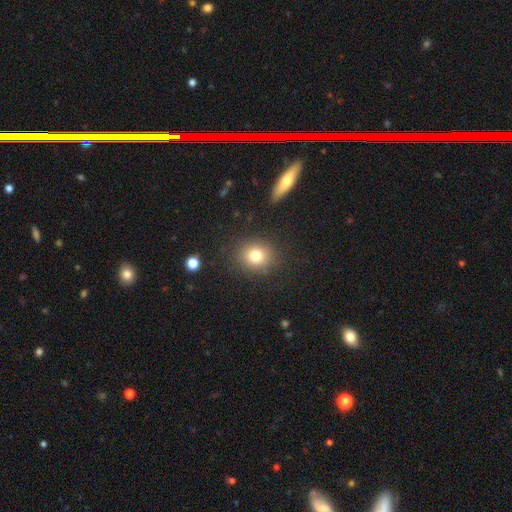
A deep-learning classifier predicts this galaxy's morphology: The model was most divided on "how rounded": round: 75%, in between: 24%, cigar-shaped: 1%. More confident: merging — none (86%); smooth or featured — smooth (78%).